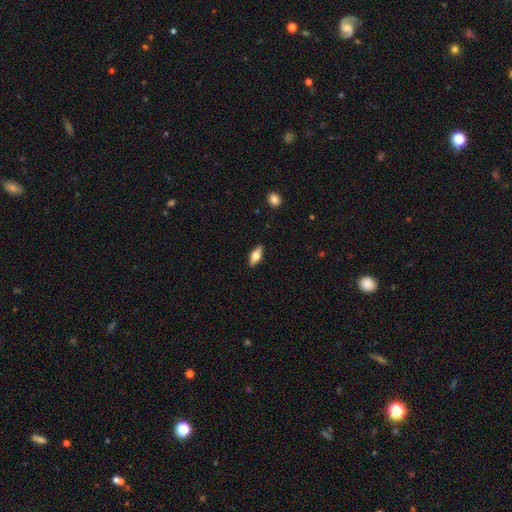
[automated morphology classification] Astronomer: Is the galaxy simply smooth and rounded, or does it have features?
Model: smooth — 61%.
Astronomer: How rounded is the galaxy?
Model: in between — 75%.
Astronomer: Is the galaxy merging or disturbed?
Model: none — 89%.